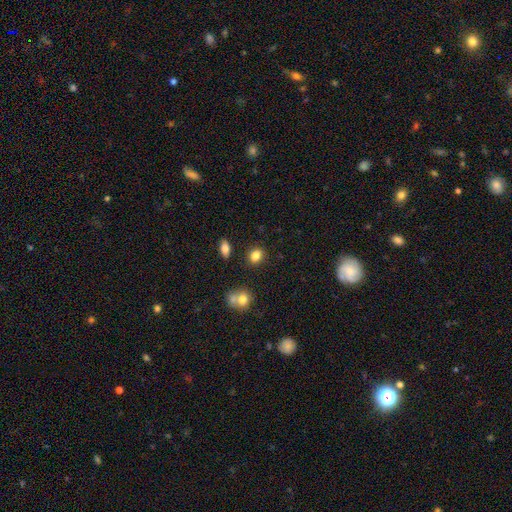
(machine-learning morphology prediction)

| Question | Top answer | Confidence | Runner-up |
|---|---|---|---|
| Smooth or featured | smooth | 83% | star or artifact (11%) |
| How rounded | round | 54% | in between (45%) |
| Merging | none | 82% | minor disturbance (10%) |